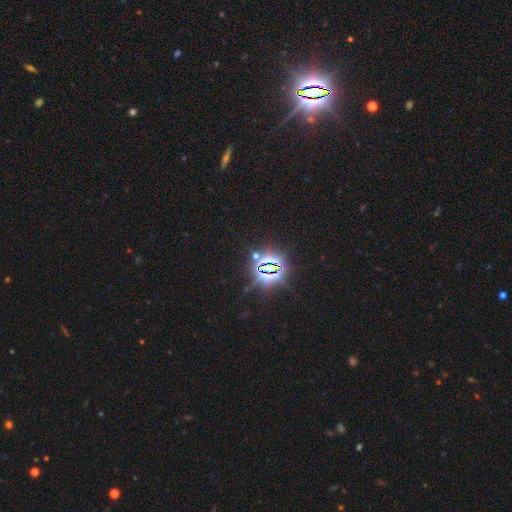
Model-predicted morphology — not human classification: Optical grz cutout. It shows a star or artifact, not a galaxy (83%).